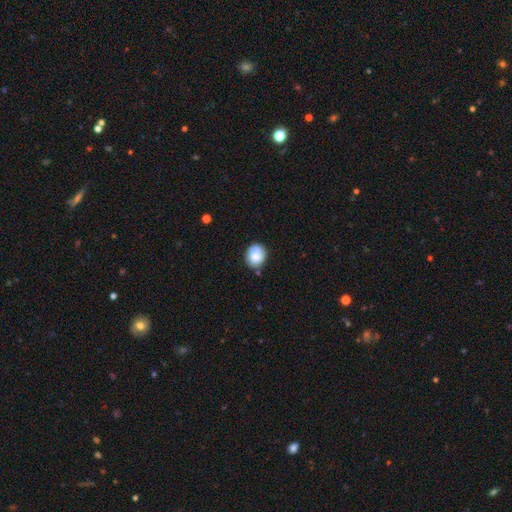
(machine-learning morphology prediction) type=smooth (72%); roundness=round (70%); merging=none (68%).